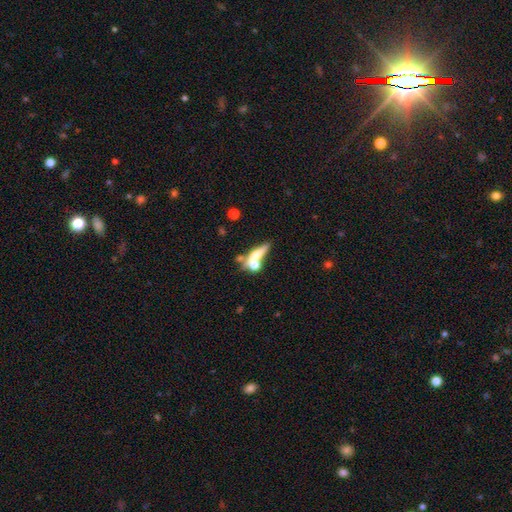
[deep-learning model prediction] Overall: smooth (53%; featured or disk 36%). How rounded: cigar-shaped (54%; in between 31%). Merging: none (42%; merger 37%).